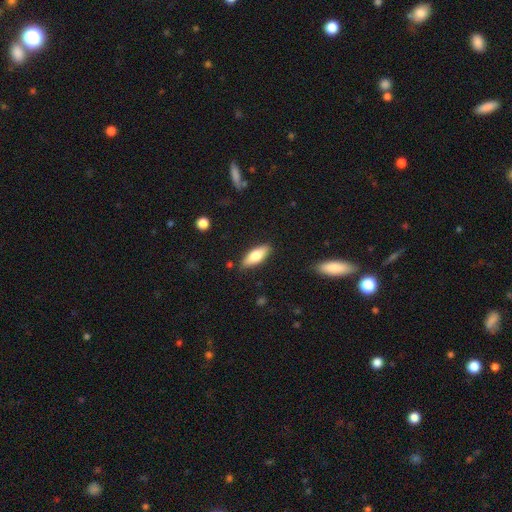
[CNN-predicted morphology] The model was most divided on "how rounded": in between: 67%, cigar-shaped: 30%, round: 2%. More confident: merging — none (86%); smooth or featured — smooth (69%).